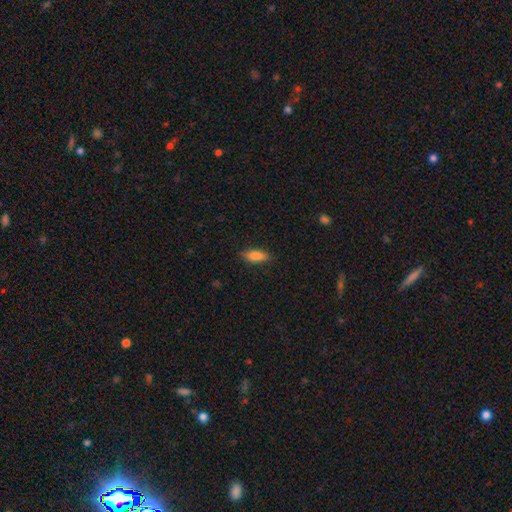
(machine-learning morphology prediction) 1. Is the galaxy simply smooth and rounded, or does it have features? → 83% smooth, 10% featured or disk, 7% star or artifact.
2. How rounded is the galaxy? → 76% in between, 21% cigar-shaped, 3% round.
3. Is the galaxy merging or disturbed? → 85% none, 11% minor disturbance, 2% major disturbance, 1% merger.